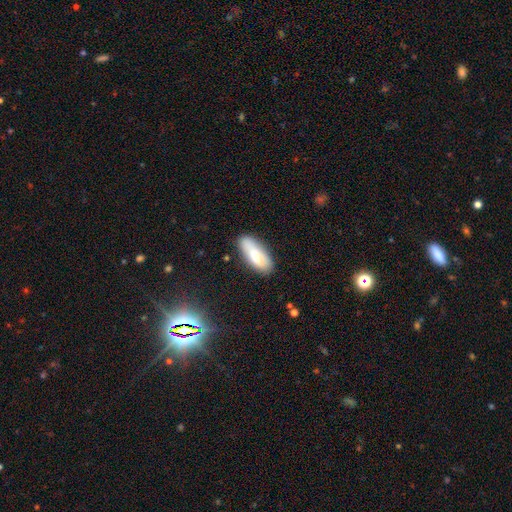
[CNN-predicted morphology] Q: Smooth or featured?
A: smooth (76%); runner-up: featured or disk (17%)
Q: How rounded?
A: in between (76%); runner-up: cigar-shaped (22%)
Q: Merging?
A: none (77%); runner-up: minor disturbance (17%)